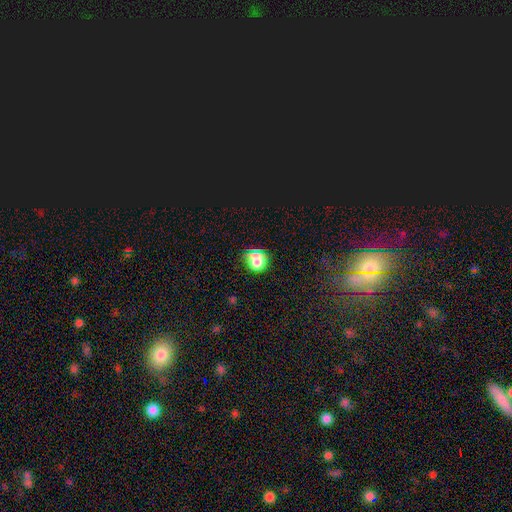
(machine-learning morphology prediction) type=smooth (64%); roundness=round (85%); merging=none (70%).